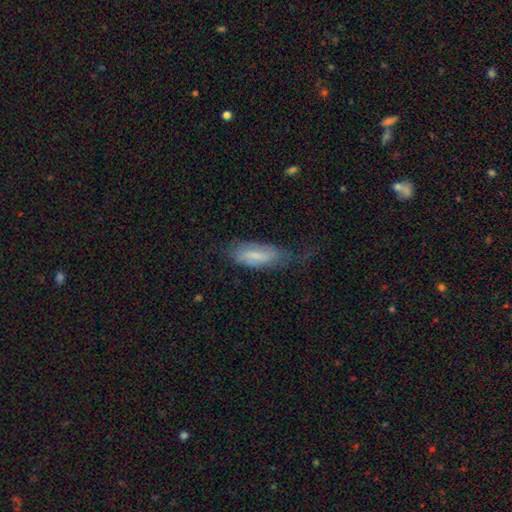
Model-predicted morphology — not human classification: Smooth or featured? Predicted: smooth (p=0.60). How rounded? Predicted: in between (p=0.67). Merging? Predicted: none (p=0.43).